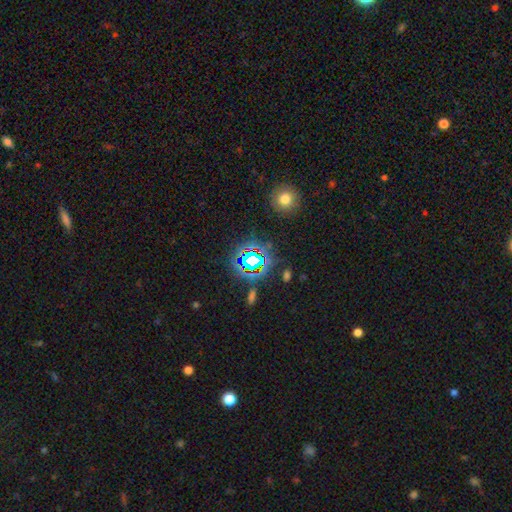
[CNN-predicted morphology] smooth-or-featured: star or artifact: 67% | smooth: 22% | featured or disk: 11%